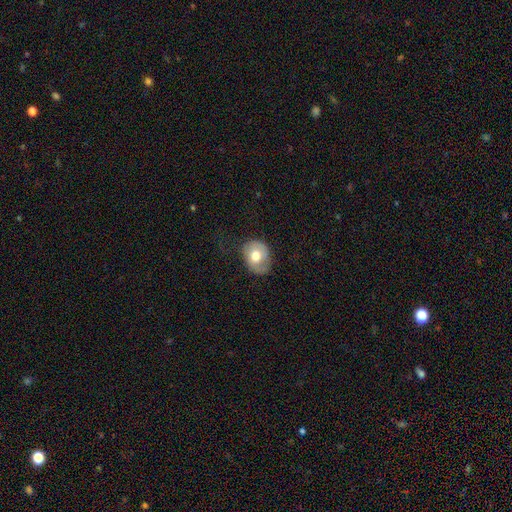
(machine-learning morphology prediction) type=smooth (65%); roundness=in between (53%); merging=none (57%).